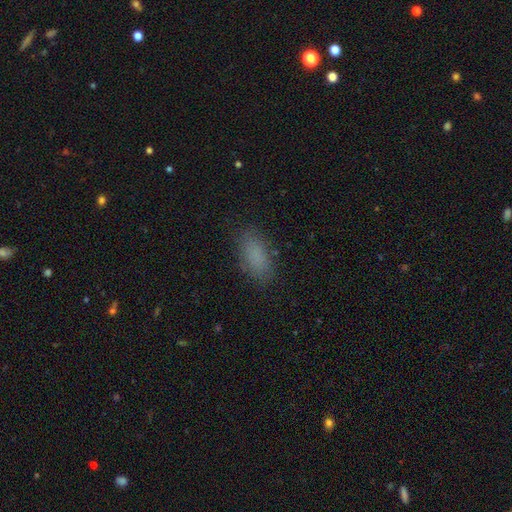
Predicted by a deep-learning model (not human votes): smooth 84%, star or artifact 10%, featured or disk 6%. Down the decision tree: how rounded — in between (87%); merging — none (84%).